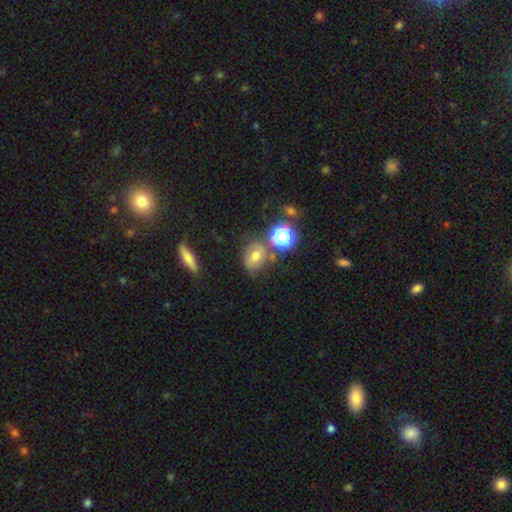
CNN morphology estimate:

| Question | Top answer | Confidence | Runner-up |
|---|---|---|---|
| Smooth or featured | smooth | 54% | featured or disk (24%) |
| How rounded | round | 49% | tied: in between (49%) |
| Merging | none | 59% | minor disturbance (20%) |